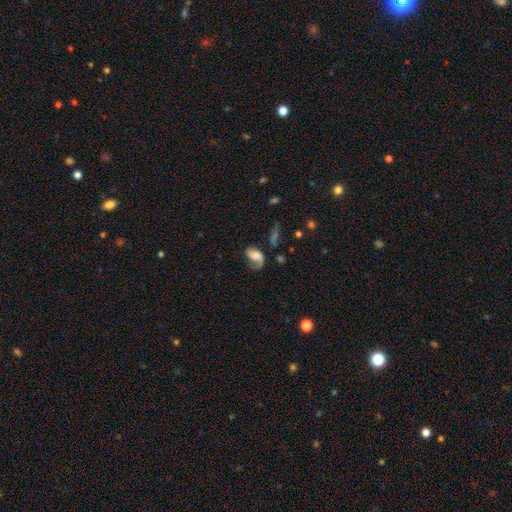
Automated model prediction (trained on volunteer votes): featured or disk 54%, smooth 37%, star or artifact 9%. Down the decision tree: edge-on disk — no (96%); bar — no (59%); spiral arms — yes (85%); bulge size — moderate (31%); merging — none (39%).